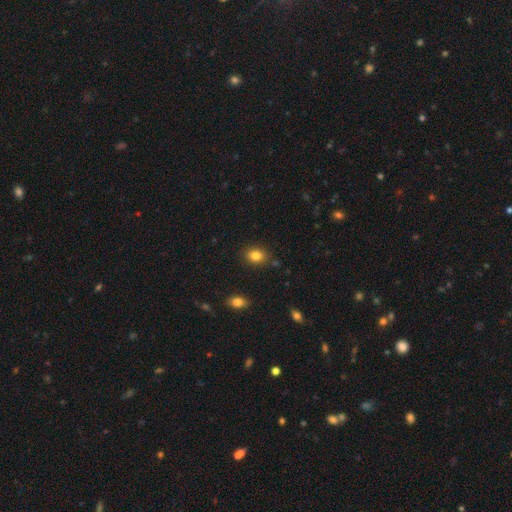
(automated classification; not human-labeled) This appears to be a smooth galaxy with no disk features (84%) that is in between round and cigar-shaped (61%). Merging: none (85%).